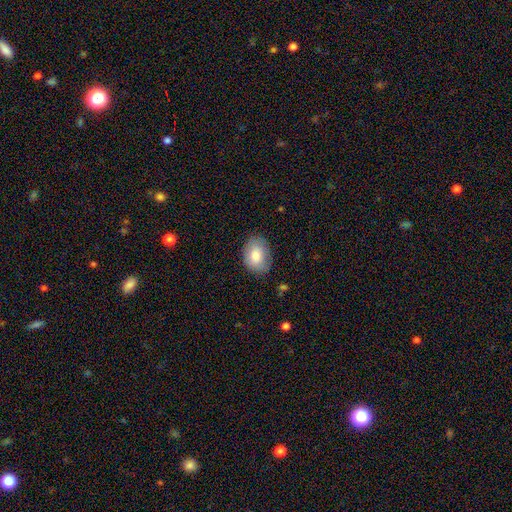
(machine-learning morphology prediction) Smooth or featured? smooth (80%)
How rounded? in between (75%)
Merging? none (79%)